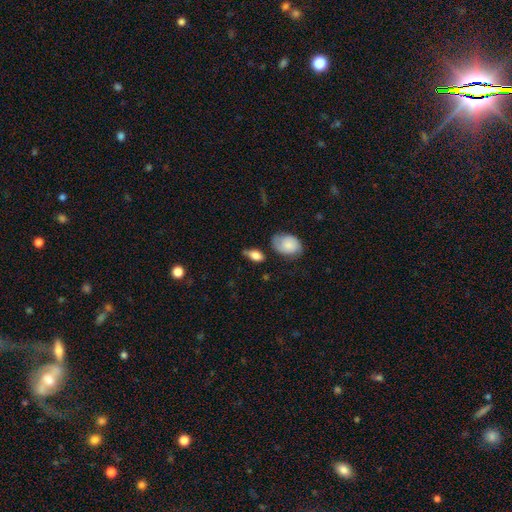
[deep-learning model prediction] The model was most divided on "merging": none: 56%, minor disturbance: 29%, major disturbance: 9%, merger: 7%. More confident: how rounded — in between (88%); smooth or featured — smooth (78%).